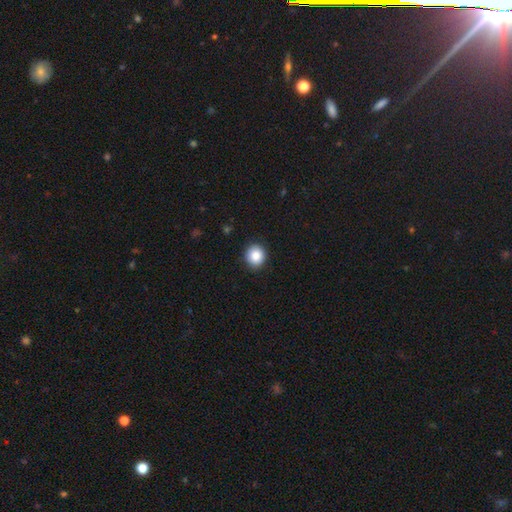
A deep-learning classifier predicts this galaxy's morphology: Smooth or featured?
  - smooth: 86% *
  - star or artifact: 9%
  - featured or disk: 5%
How rounded?
  - round: 87% *
  - in between: 12%
  - cigar-shaped: 1%
Merging?
  - none: 91% *
  - minor disturbance: 6%
  - major disturbance: 2%
  - merger: 1%